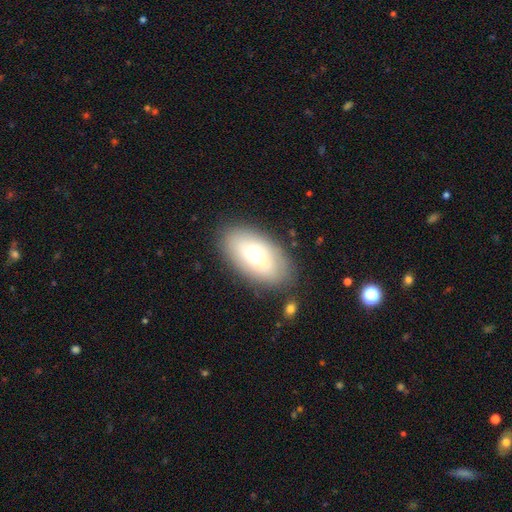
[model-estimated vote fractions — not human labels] smooth 65%, featured or disk 27%, star or artifact 8%. Down the decision tree: how rounded — in between (93%); merging — none (84%).